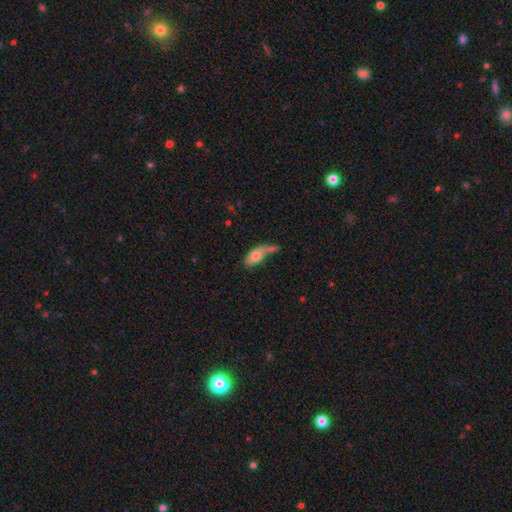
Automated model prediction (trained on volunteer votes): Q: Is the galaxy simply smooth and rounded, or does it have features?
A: smooth — 69%.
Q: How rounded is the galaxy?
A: in between — 84%.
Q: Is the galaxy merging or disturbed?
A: none — 30%.